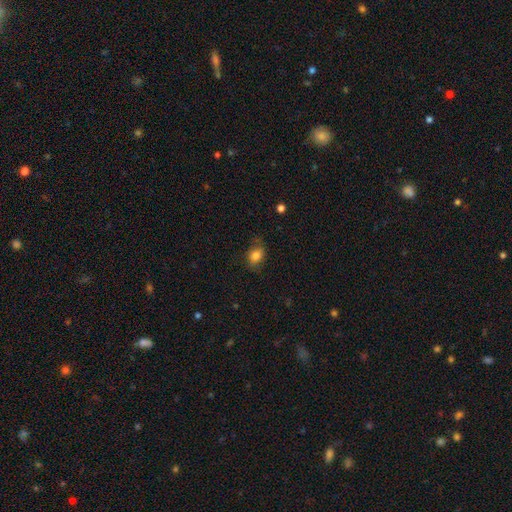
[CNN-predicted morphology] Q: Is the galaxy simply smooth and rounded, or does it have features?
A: smooth — 80%.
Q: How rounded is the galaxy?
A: in between — 66%.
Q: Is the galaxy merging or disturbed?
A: none — 67%.